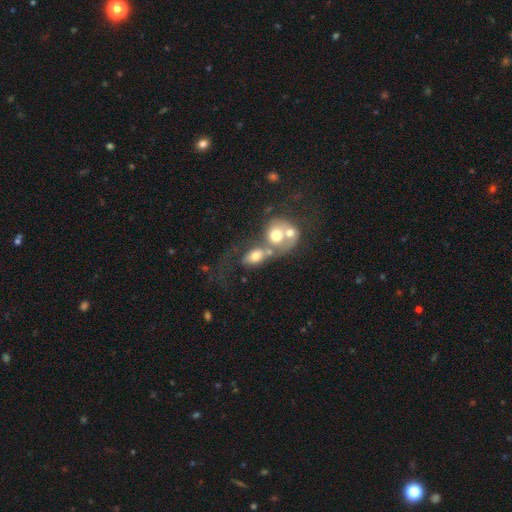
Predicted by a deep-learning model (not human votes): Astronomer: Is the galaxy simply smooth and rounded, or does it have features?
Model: smooth — 59%.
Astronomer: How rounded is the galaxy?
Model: in between — 63%.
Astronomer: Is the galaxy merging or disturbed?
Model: merger — 66%.